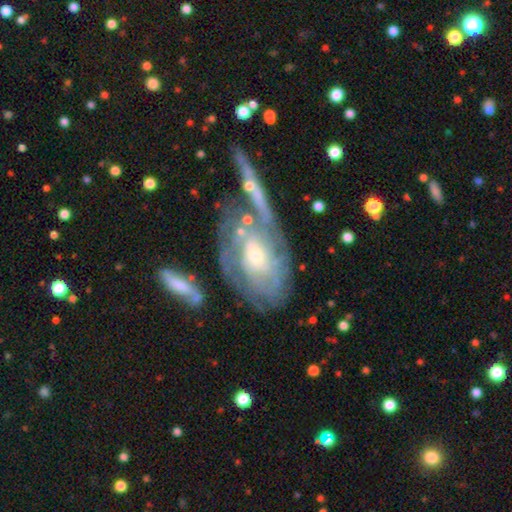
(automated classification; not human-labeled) Q: Smooth or featured?
A: featured or disk (70%); runner-up: smooth (23%)
Q: Edge-on disk?
A: no (92%); runner-up: yes (8%)
Q: Bar?
A: no (75%); runner-up: weak (20%)
Q: Spiral arms?
A: yes (69%); runner-up: no (31%)
Q: Bulge size?
A: small (60%); runner-up: moderate (32%)
Q: Merging?
A: none (48%); runner-up: minor disturbance (21%)